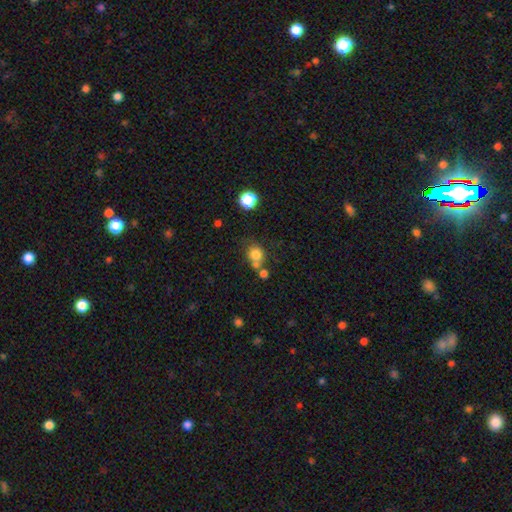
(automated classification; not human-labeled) smooth-or-featured: smooth: 79% | star or artifact: 12% | featured or disk: 9%
  how-rounded: round: 83% | in between: 16% | cigar-shaped: 1%
  merging: none: 52% | merger: 30% | minor disturbance: 12% | major disturbance: 6%